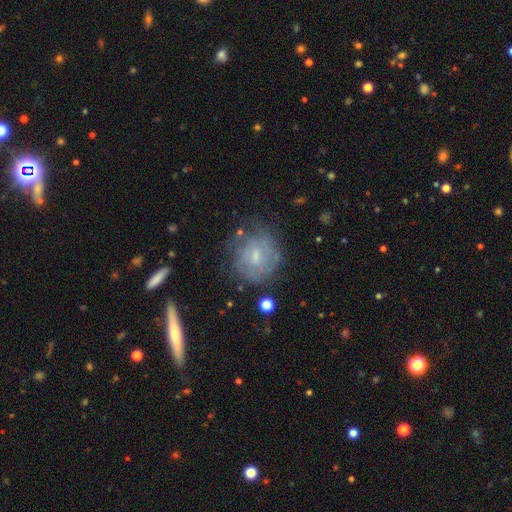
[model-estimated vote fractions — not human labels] Smooth or featured?
  - featured or disk: 55% *
  - smooth: 35%
  - star or artifact: 10%
Edge-on disk?
  - no: 93% *
  - yes: 7%
Bar?
  - no: 47% *
  - weak: 44%
  - strong: 9%
Spiral arms?
  - yes: 71% *
  - no: 29%
Bulge size?
  - small: 55% *
  - moderate: 33%
  - none: 8%
  - large: 2%
  - dominant: 1%
Merging?
  - none: 69% *
  - minor disturbance: 20%
  - major disturbance: 9%
  - merger: 3%